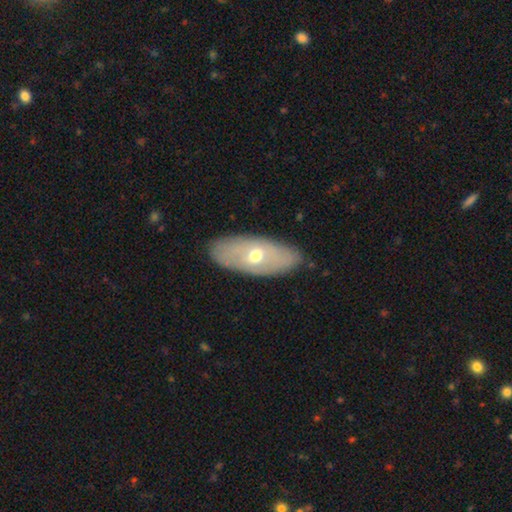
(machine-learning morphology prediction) The model was most divided on "smooth or featured": smooth: 49%, featured or disk: 45%, star or artifact: 6%. More confident: merging — none (83%).